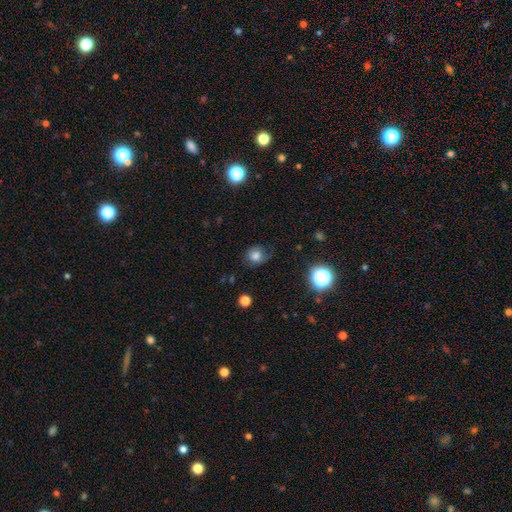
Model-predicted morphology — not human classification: Smooth or featured?
  - smooth: 75% *
  - star or artifact: 13%
  - featured or disk: 12%
How rounded?
  - round: 76% *
  - in between: 23%
  - cigar-shaped: 1%
Merging?
  - none: 61% *
  - minor disturbance: 26%
  - major disturbance: 12%
  - merger: 2%